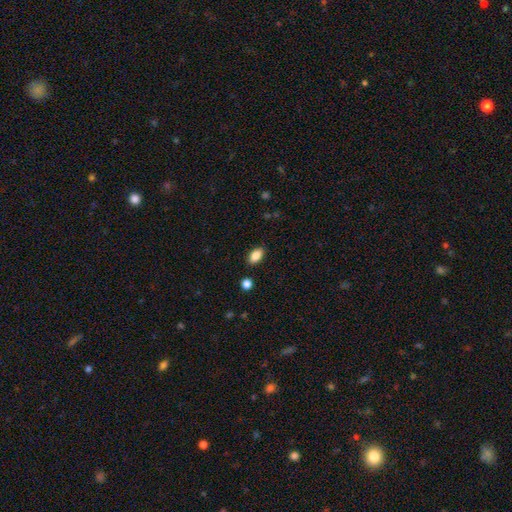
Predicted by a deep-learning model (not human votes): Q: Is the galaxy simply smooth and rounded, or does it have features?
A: smooth — 86%.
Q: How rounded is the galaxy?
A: in between — 91%.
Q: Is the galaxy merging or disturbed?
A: none — 87%.